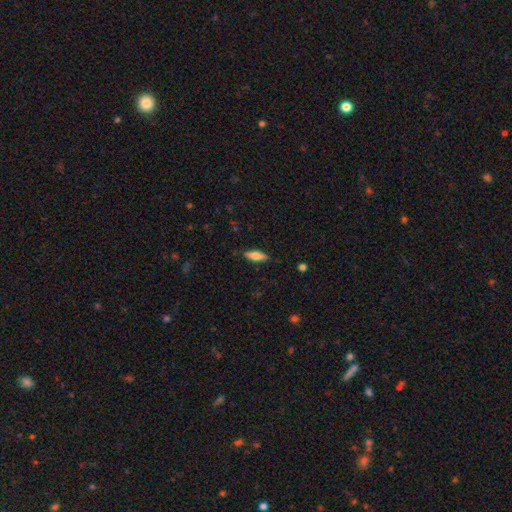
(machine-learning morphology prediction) This is likely a smooth galaxy (65%). How rounded: possibly in between (56%). Merging: clearly none (86%).